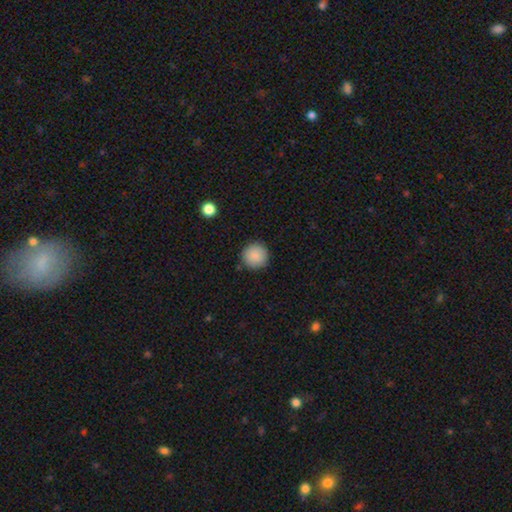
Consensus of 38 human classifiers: Morphology: type=smooth (95%); roundness=round (100%); merging=none (86%).